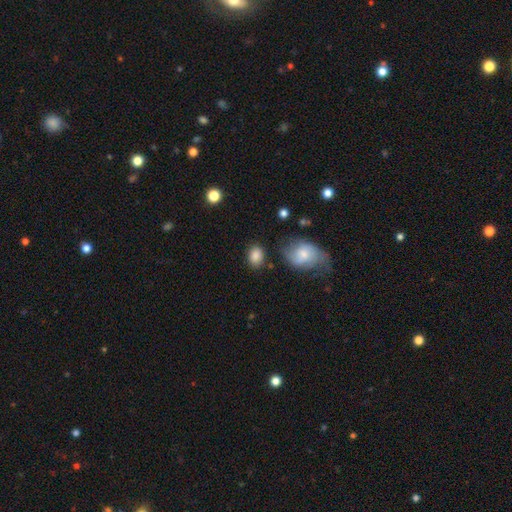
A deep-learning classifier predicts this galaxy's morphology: This is clearly a smooth galaxy (86%). How rounded: likely in between (70%). Merging: likely none (77%).